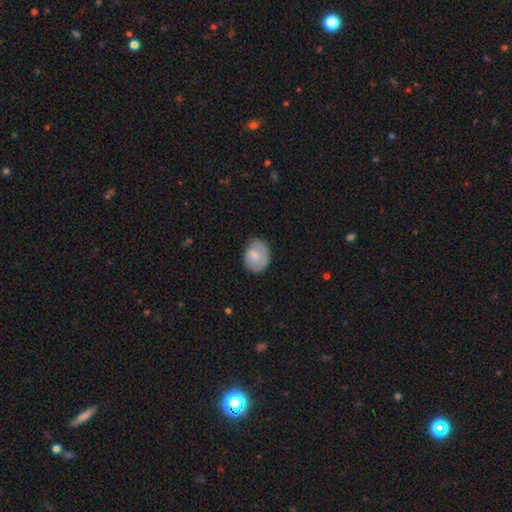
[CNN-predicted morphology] Smooth or featured? smooth (70%)
How rounded? in between (50%)
Merging? none (61%)